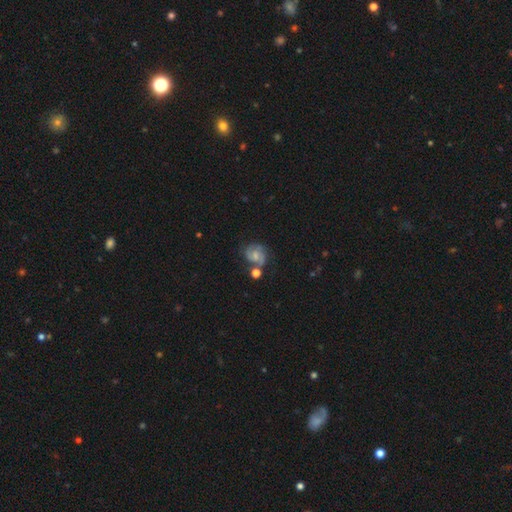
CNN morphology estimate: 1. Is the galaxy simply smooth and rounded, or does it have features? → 66% featured or disk, 25% smooth, 9% star or artifact.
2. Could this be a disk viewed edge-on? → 98% no, 2% yes.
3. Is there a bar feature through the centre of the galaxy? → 59% no, 35% weak, 6% strong.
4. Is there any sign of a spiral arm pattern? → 90% yes, 10% no.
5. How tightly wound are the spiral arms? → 44% tight, 43% medium, 13% loose.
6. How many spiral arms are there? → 68% 2, 15% can't tell, 9% 3, 4% 1, 2% 4, 2% more than 4.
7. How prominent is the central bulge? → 46% small, 37% moderate, 12% none, 4% large, 1% dominant.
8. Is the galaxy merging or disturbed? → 53% none, 20% minor disturbance, 17% merger, 9% major disturbance.